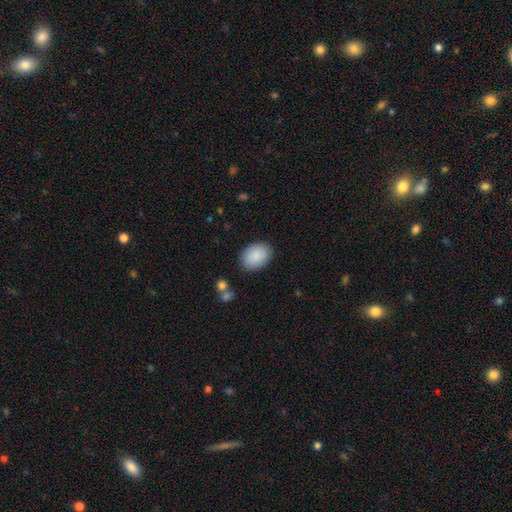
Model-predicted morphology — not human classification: This appears to be a smooth galaxy with no disk features (89%) that is in between round and cigar-shaped (77%). Merging: none (86%).